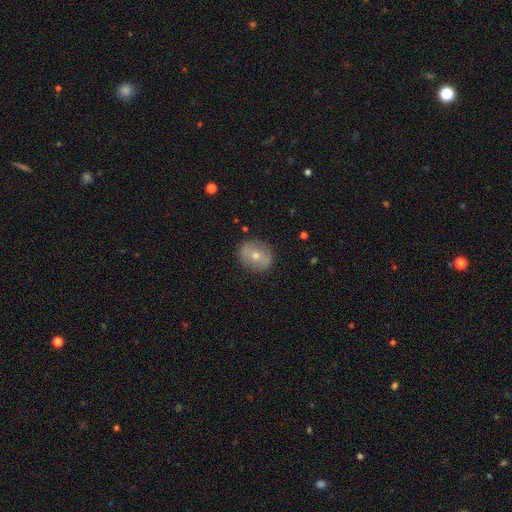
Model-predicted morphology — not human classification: Q: Smooth or featured?
A: smooth (54%); runner-up: featured or disk (37%)
Q: How rounded?
A: round (70%); runner-up: in between (29%)
Q: Merging?
A: none (86%); runner-up: minor disturbance (10%)